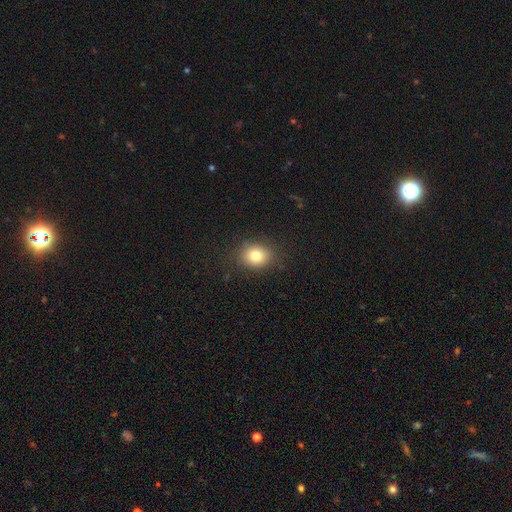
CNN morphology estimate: Overall: smooth (79%). How rounded: round (64%; in between 35%). Merging: none (86%).